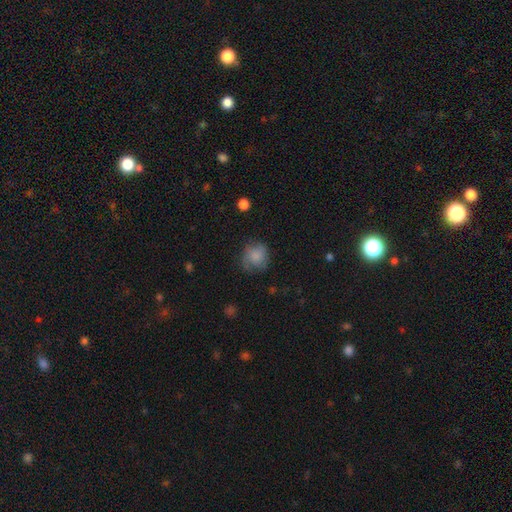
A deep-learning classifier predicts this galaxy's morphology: Overall: smooth (73%). How rounded: round (80%). Merging: none (63%; minor disturbance 25%).